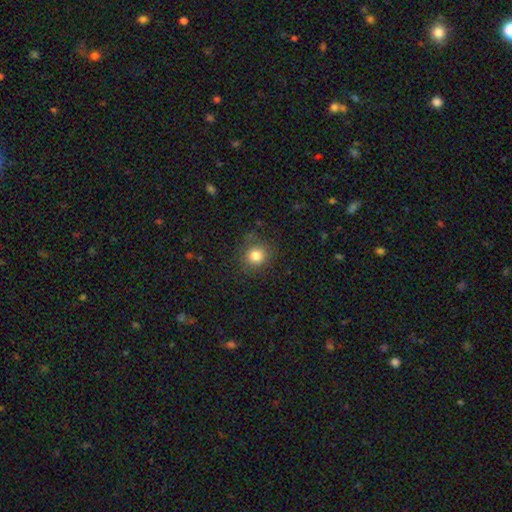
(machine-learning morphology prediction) Q: Smooth or featured?
A: smooth (82%); runner-up: star or artifact (12%)
Q: How rounded?
A: round (87%); runner-up: in between (12%)
Q: Merging?
A: none (82%); runner-up: minor disturbance (12%)